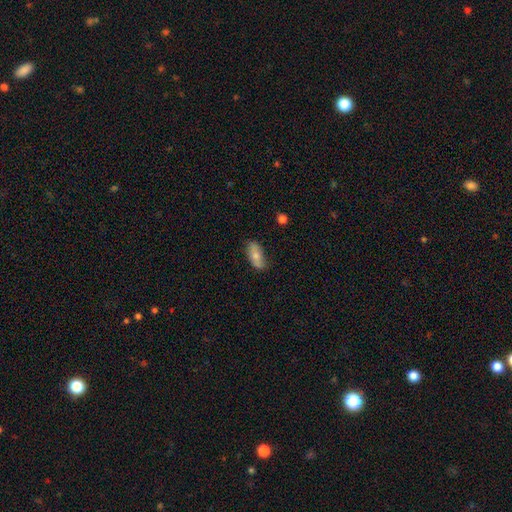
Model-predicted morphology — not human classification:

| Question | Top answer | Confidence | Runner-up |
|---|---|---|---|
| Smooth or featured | smooth | 71% | featured or disk (22%) |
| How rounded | in between | 87% | cigar-shaped (10%) |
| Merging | none | 72% | minor disturbance (22%) |